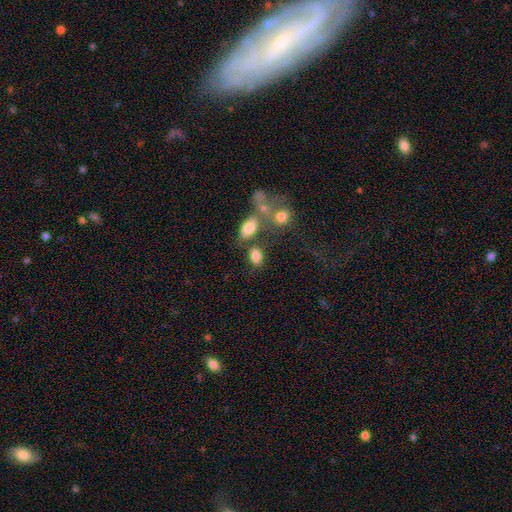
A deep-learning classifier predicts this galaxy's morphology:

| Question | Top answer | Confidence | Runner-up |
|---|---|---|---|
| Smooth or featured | smooth | 82% | star or artifact (9%) |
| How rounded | in between | 86% | round (11%) |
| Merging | none | 56% | merger (22%) |